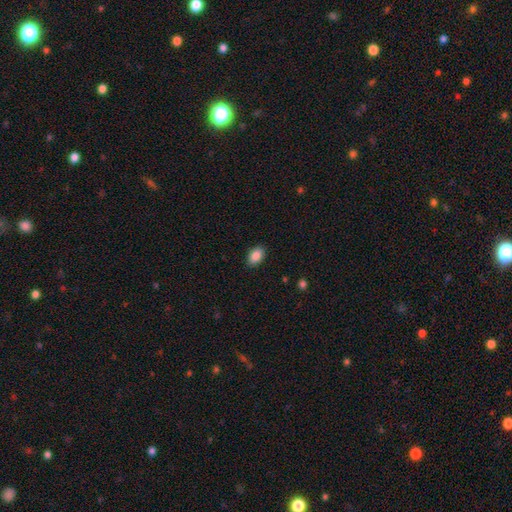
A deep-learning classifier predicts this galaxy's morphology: Smooth or featured? smooth (88%)
How rounded? in between (90%)
Merging? none (89%)